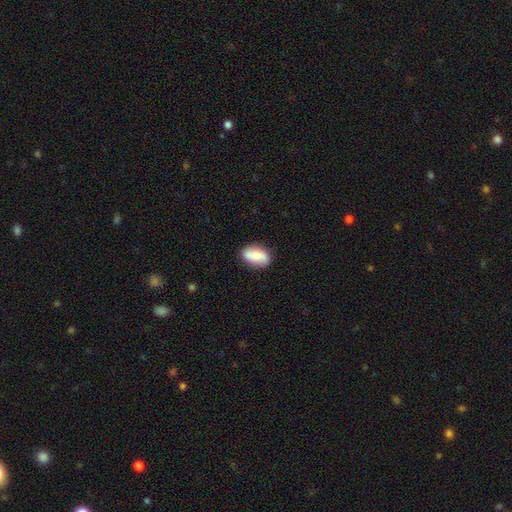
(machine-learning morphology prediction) A smooth galaxy with no disk features (69%) that is in between round and cigar-shaped (89%). Merging: none (82%).